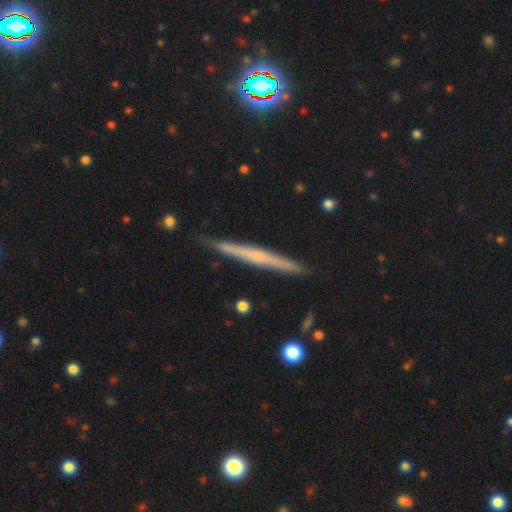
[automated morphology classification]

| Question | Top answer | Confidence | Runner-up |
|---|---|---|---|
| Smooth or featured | featured or disk | 61% | smooth (32%) |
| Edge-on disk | yes | 97% | no (3%) |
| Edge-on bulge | none | 67% | rounded (27%) |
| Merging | none | 88% | minor disturbance (9%) |